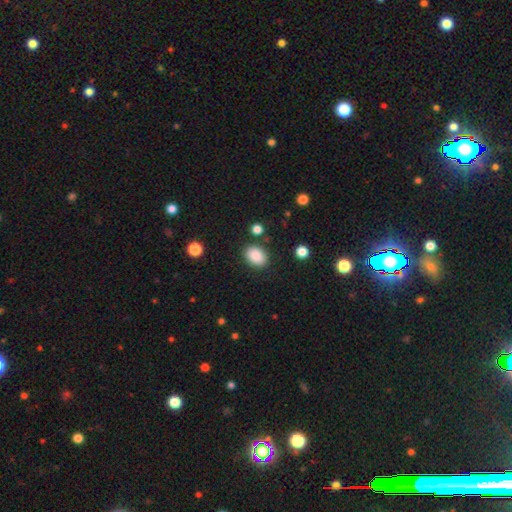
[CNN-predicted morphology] This appears to be a smooth galaxy with no disk features (88%) that is in between round and cigar-shaped (75%). Merging: none (84%).